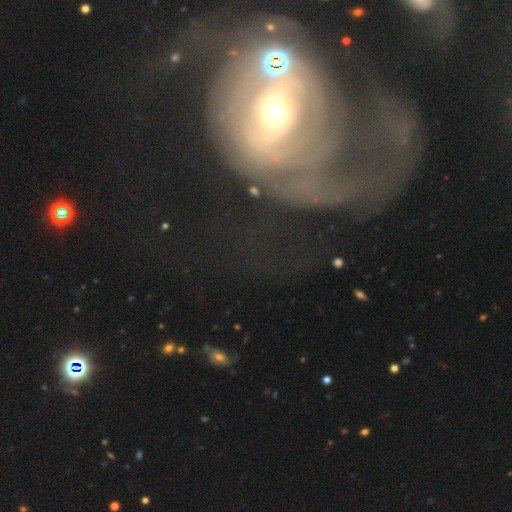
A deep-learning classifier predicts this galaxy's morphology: A featured or disk galaxy (68%) with no bar (54%), spiral arms (58%) and a moderate central bulge (50%). Merging: major disturbance (48%).